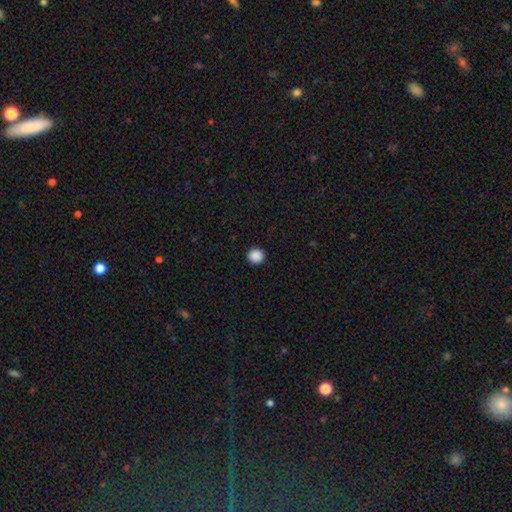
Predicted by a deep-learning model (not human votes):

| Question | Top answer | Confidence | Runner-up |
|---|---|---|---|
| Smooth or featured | smooth | 89% | star or artifact (9%) |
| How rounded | round | 94% | in between (5%) |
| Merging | none | 93% | minor disturbance (4%) |